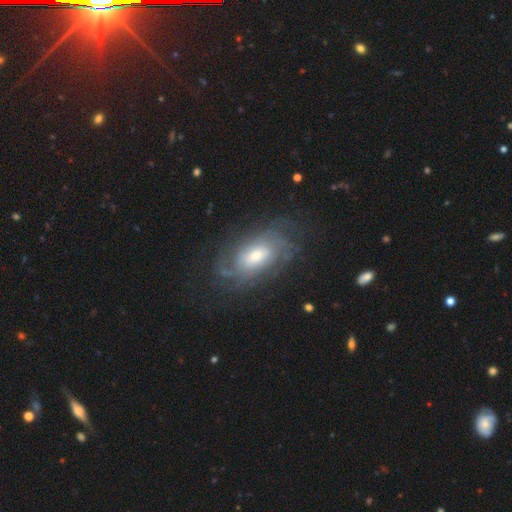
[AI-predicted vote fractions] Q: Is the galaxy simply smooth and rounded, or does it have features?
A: featured or disk — 77%.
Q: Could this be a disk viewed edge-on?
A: no — 94%.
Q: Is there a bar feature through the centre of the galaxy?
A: no — 57%.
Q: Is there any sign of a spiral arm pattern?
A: yes — 91%.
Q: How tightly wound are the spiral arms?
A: tight — 55%.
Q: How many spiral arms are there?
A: can't tell — 47%.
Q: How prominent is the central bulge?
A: moderate — 54%.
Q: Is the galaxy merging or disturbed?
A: none — 69%.